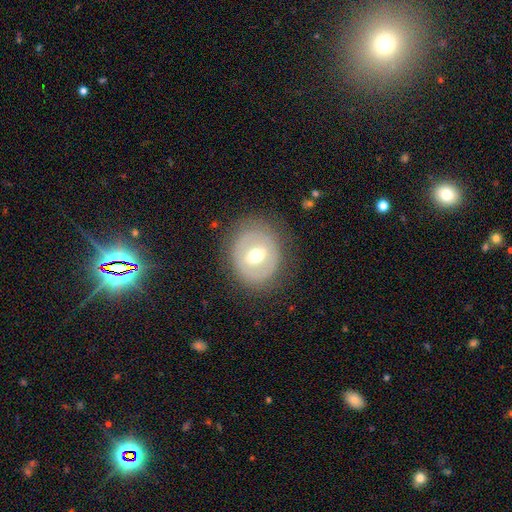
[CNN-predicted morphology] smooth_or_featured: featured or disk (p=0.53) [alt: smooth p=0.40]
disk_edge_on: no (p=0.94) [alt: yes p=0.06]
merging: none (p=0.77) [alt: minor disturbance p=0.14]